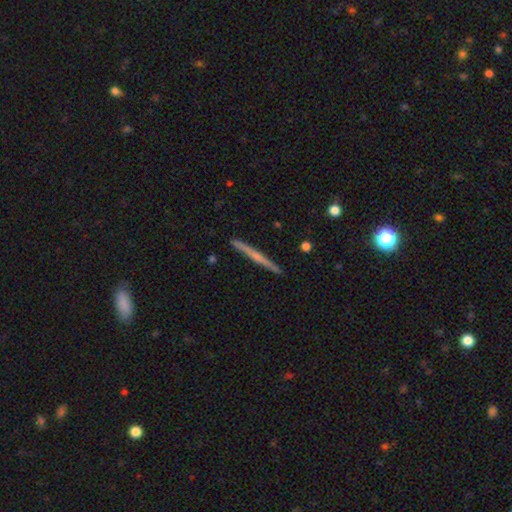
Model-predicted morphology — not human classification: smooth-or-featured: featured or disk: 61% | smooth: 34% | star or artifact: 6%
  disk-edge-on: yes: 98% | no: 2%
    edge-on-bulge: none: 57% | rounded: 33% | boxy: 9%
  merging: none: 92% | minor disturbance: 6% | merger: 1% | major disturbance: 1%